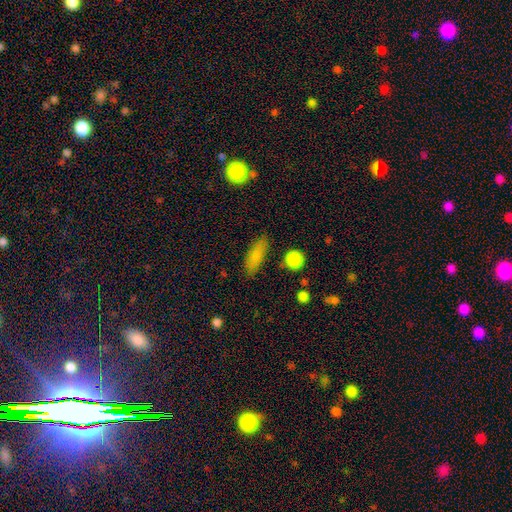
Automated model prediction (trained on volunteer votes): Q: Smooth or featured?
A: smooth (80%); runner-up: featured or disk (12%)
Q: How rounded?
A: in between (61%); runner-up: cigar-shaped (35%)
Q: Merging?
A: none (82%); runner-up: minor disturbance (12%)